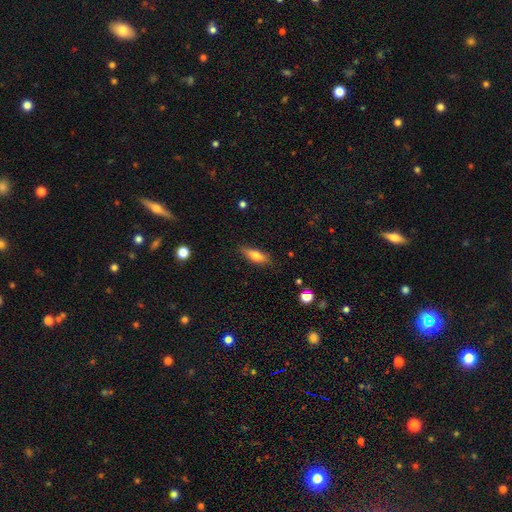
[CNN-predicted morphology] A smooth galaxy with no disk features (71%) that is in between round and cigar-shaped (55%).

Vote fractions:
- Smooth or featured? smooth: 71% / featured or disk: 22% / star or artifact: 7%
- How rounded? in between: 55% / cigar-shaped: 42% / round: 3%
- Merging? none: 83% / minor disturbance: 13% / major disturbance: 3% / merger: 1%